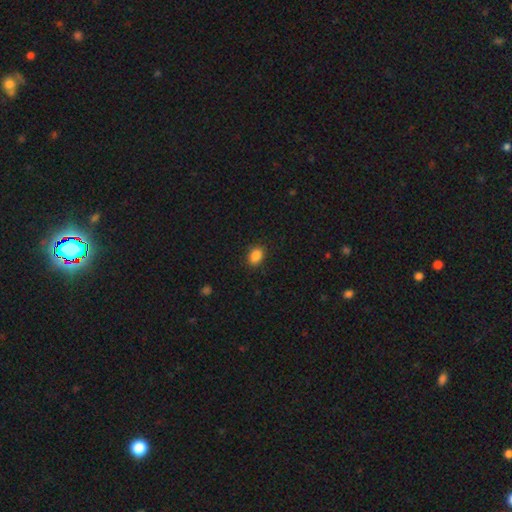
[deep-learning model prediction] This appears to be a smooth galaxy with no disk features (87%) that is in between round and cigar-shaped (73%). Merging: none (87%).